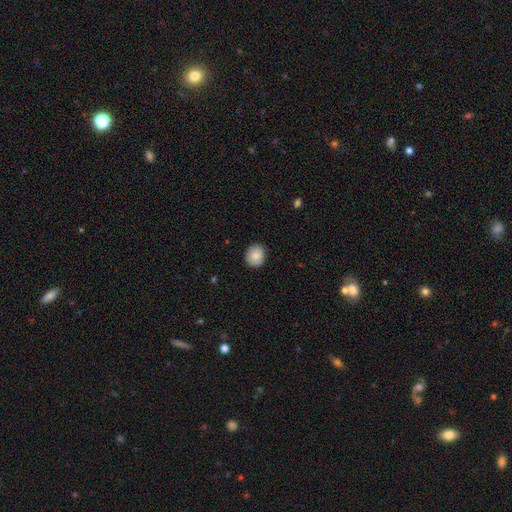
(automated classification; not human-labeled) The model was most divided on "how rounded": round: 77%, in between: 22%, cigar-shaped: 1%. More confident: merging — none (88%); smooth or featured — smooth (86%).